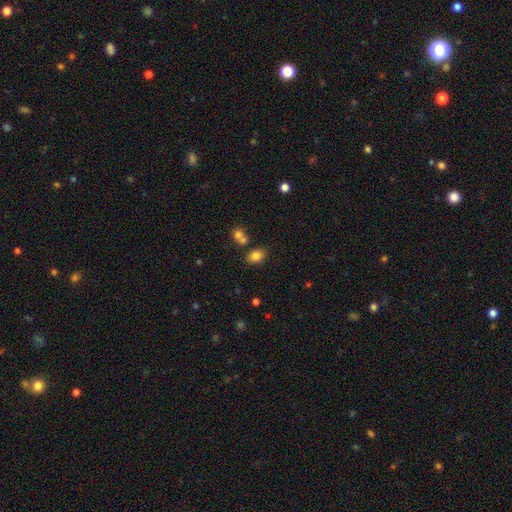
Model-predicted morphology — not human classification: smooth 81%, star or artifact 11%, featured or disk 7%. Down the decision tree: how rounded — in between (68%); merging — none (67%).